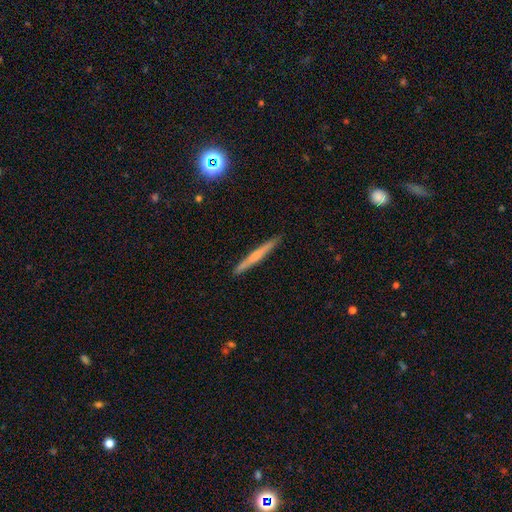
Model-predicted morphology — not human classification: type=smooth (48%); merging=none (92%).